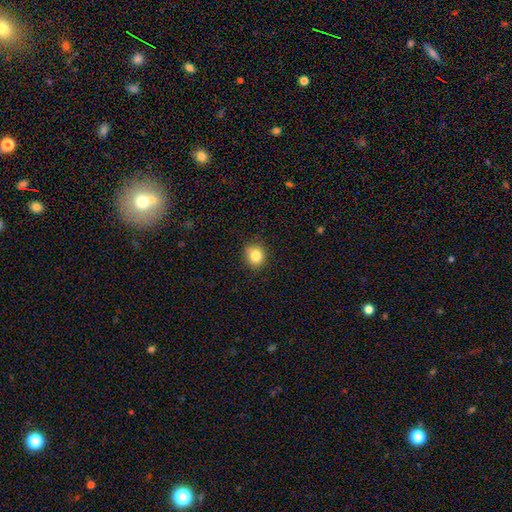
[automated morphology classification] This is clearly a smooth galaxy (83%). How rounded: clearly round (83%). Merging: clearly none (88%).